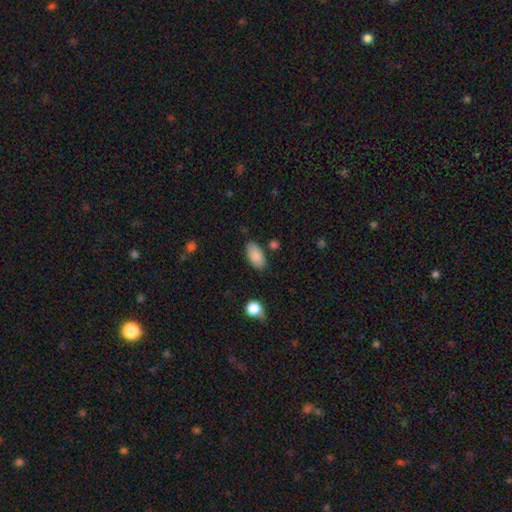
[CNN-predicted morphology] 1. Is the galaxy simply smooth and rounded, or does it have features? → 87% smooth, 7% star or artifact, 6% featured or disk.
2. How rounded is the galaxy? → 93% in between, 4% cigar-shaped, 3% round.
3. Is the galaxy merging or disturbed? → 81% none, 13% minor disturbance, 3% major disturbance, 3% merger.